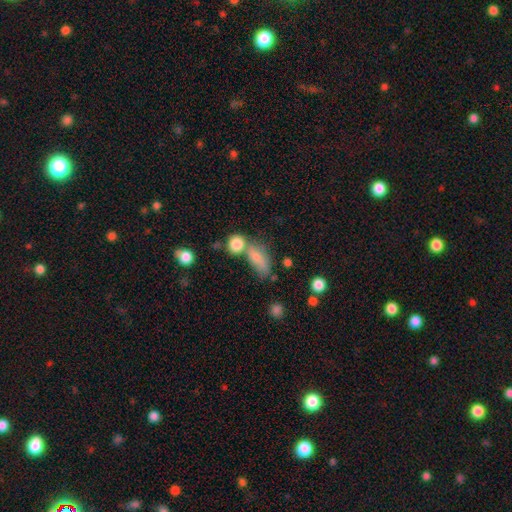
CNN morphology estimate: This appears to be a smooth galaxy with no disk features (78%) that is in between round and cigar-shaped (71%). Merging: none (39%).